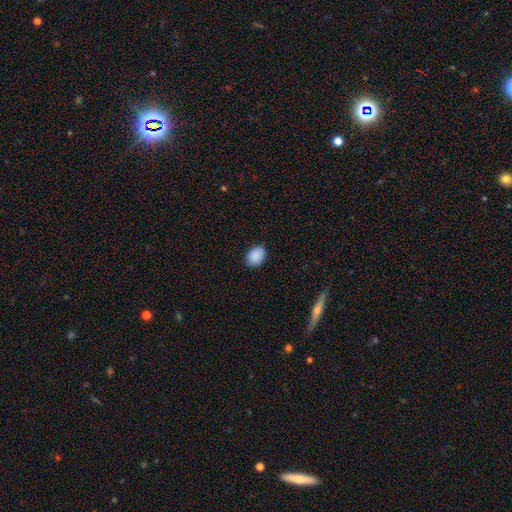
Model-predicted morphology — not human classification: Smooth or featured? smooth (89%)
How rounded? in between (68%)
Merging? none (84%)